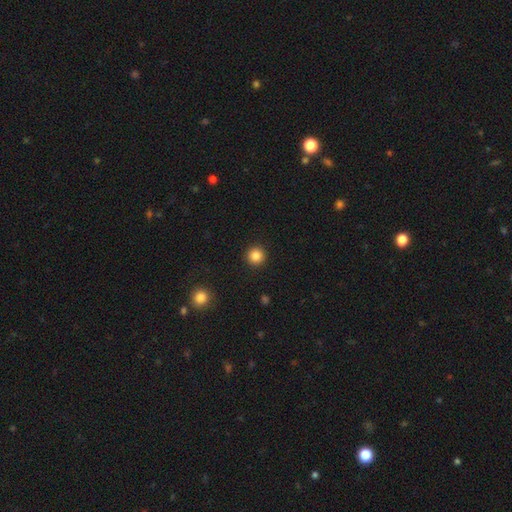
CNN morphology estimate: Q: Smooth or featured?
A: smooth (85%); runner-up: star or artifact (11%)
Q: How rounded?
A: round (95%); runner-up: in between (4%)
Q: Merging?
A: none (93%); runner-up: minor disturbance (4%)